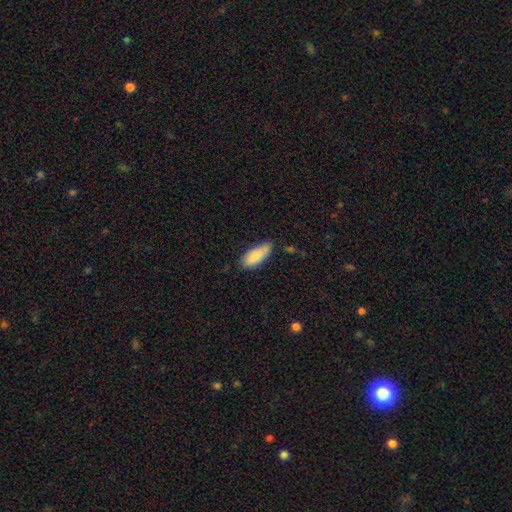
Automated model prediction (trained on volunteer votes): A smooth galaxy with no disk features (85%) that is in between round and cigar-shaped (80%). Merging: none (71%).